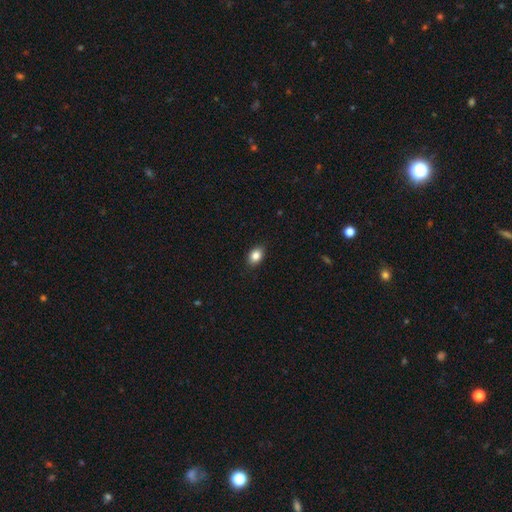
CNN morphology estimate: Smooth or featured? Predicted: smooth (p=0.85). How rounded? Predicted: in between (p=0.76). Merging? Predicted: none (p=0.87).